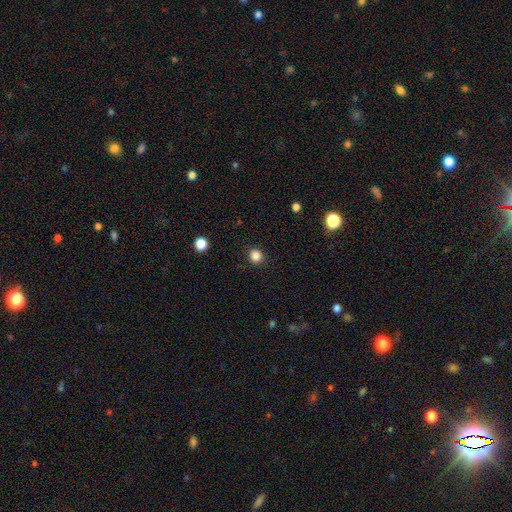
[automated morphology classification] Overall: smooth (85%). How rounded: round (88%). Merging: none (91%).